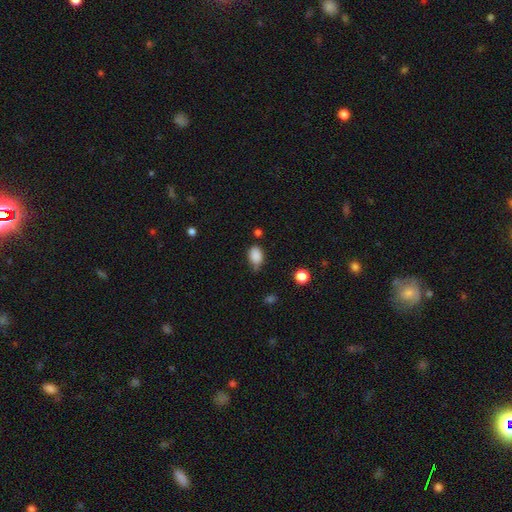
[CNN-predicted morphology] smooth_or_featured: smooth (p=0.87) [alt: star or artifact p=0.09]
how_rounded: in between (p=0.80) [alt: round p=0.19]
merging: none (p=0.54) [alt: minor disturbance p=0.34]